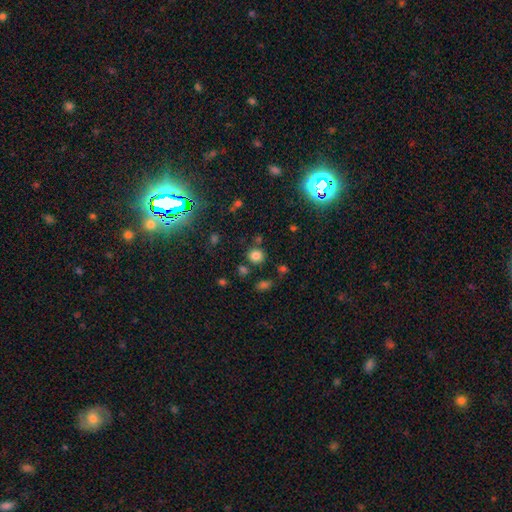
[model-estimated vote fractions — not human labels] This is likely a smooth galaxy (79%). How rounded: clearly round (84%). Merging: likely none (80%).